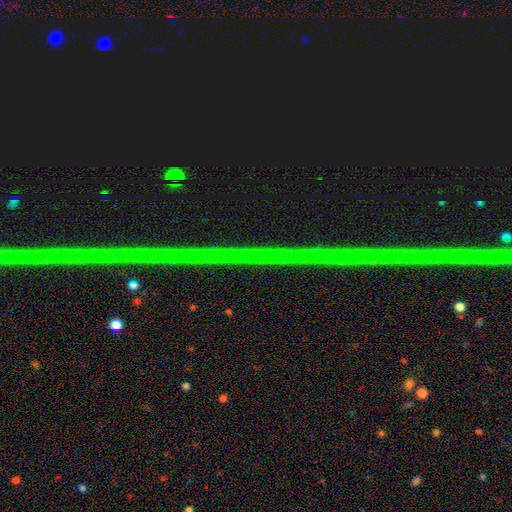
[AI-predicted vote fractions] The model was most divided on "smooth or featured": star or artifact: 88%, featured or disk: 8%, smooth: 4%.